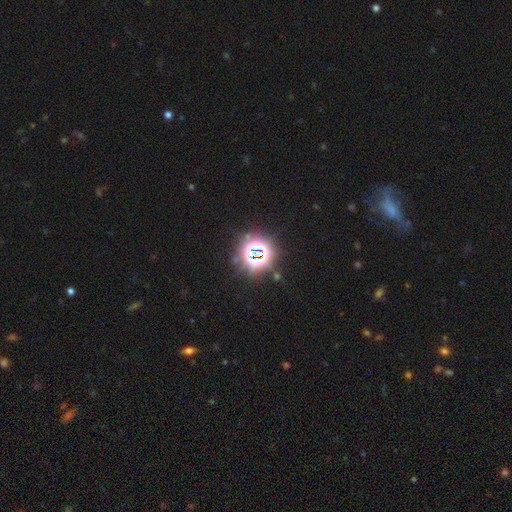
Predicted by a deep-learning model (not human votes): smooth-or-featured: star or artifact: 76% | smooth: 15% | featured or disk: 9%